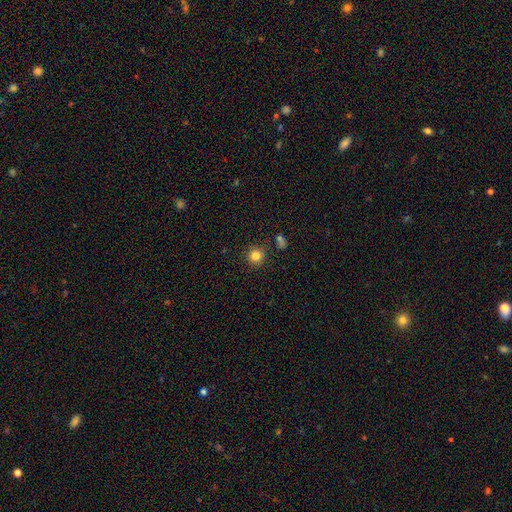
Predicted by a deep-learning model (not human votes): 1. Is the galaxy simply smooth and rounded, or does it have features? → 82% smooth, 12% star or artifact, 6% featured or disk.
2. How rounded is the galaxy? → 93% round, 6% in between, 1% cigar-shaped.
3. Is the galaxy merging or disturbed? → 87% none, 8% minor disturbance, 3% merger, 2% major disturbance.